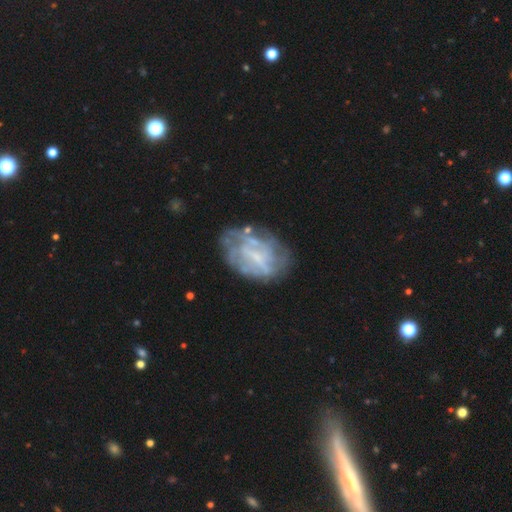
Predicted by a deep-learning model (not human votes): This is likely a featured or disk galaxy (68%). It is clearly not viewed edge-on (97%). Bar: marginally weak (43%). Spiral arm pattern: possibly no (55%). Central bulge: marginally small (41%). Merging: possibly none (56%).